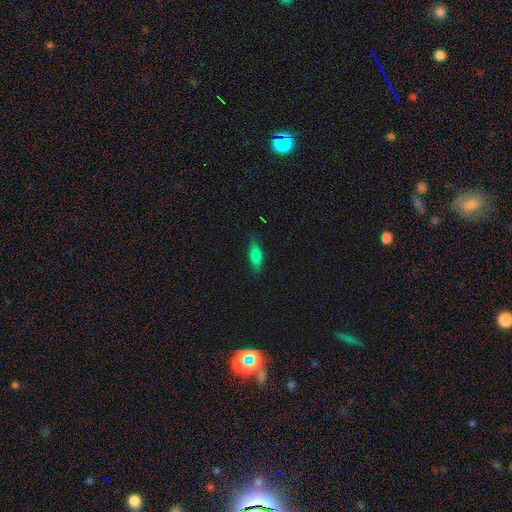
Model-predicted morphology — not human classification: smooth_or_featured: smooth (p=0.75) [alt: featured or disk p=0.16]
how_rounded: in between (p=0.63) [alt: cigar-shaped p=0.34]
merging: none (p=0.79) [alt: minor disturbance p=0.17]